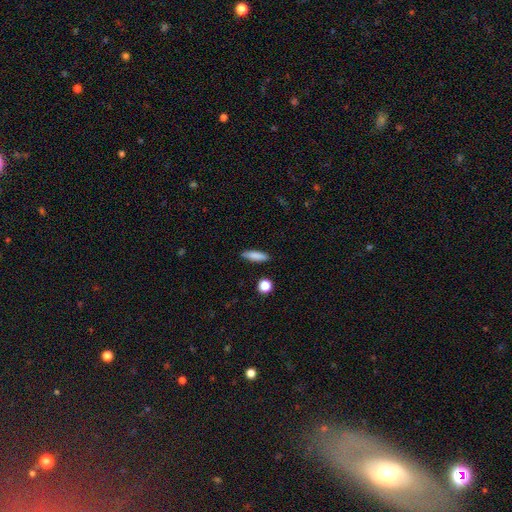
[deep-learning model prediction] smooth_or_featured: smooth (p=0.84) [alt: featured or disk p=0.08]
how_rounded: cigar-shaped (p=0.63) [alt: in between p=0.35]
merging: none (p=0.89) [alt: minor disturbance p=0.08]